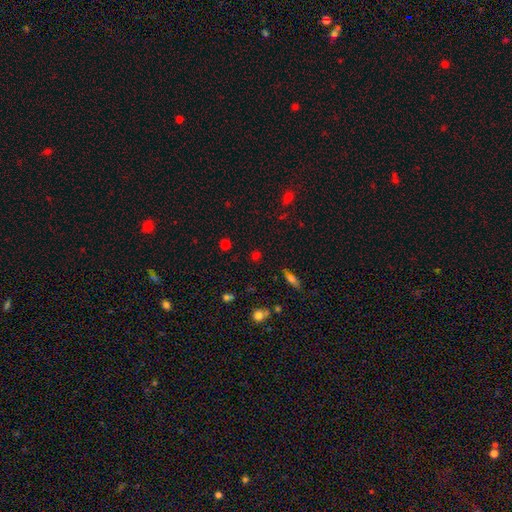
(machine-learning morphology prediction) Smooth or featured? Predicted: smooth (p=0.63). How rounded? Predicted: round (p=0.81). Merging? Predicted: none (p=0.83).